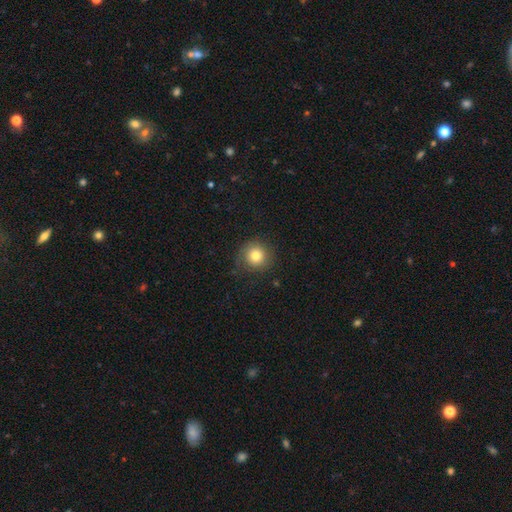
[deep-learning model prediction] A smooth galaxy with no disk features (79%) that is round (92%). Merging: none (78%).